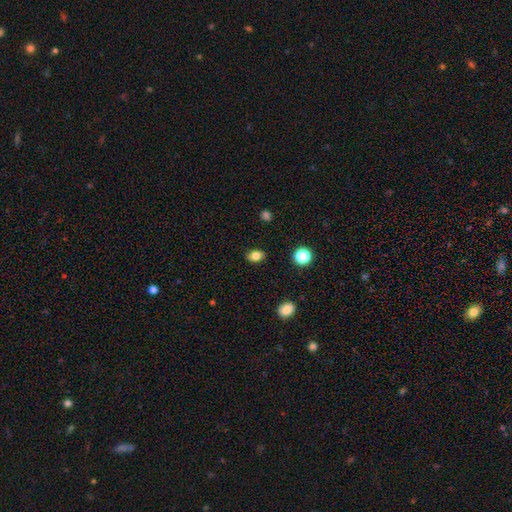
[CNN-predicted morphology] A smooth galaxy with no disk features (82%) that is in between round and cigar-shaped (76%).

Vote fractions:
- Smooth or featured? smooth: 82% / star or artifact: 11% / featured or disk: 7%
- How rounded? in between: 76% / round: 23% / cigar-shaped: 2%
- Merging? none: 87% / minor disturbance: 9% / major disturbance: 2% / merger: 1%